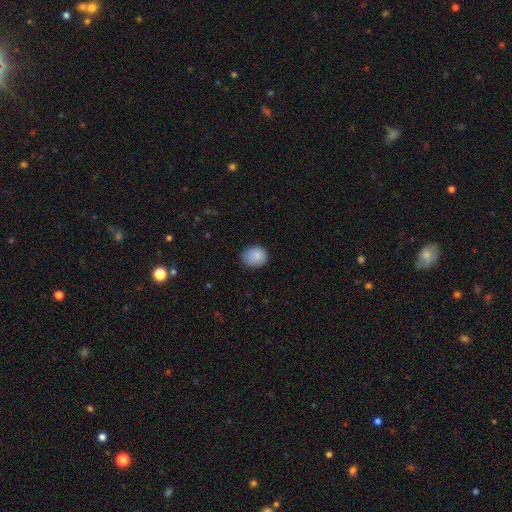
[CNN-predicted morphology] smooth 87%, star or artifact 8%, featured or disk 5%. Down the decision tree: how rounded — round (71%); merging — none (78%).